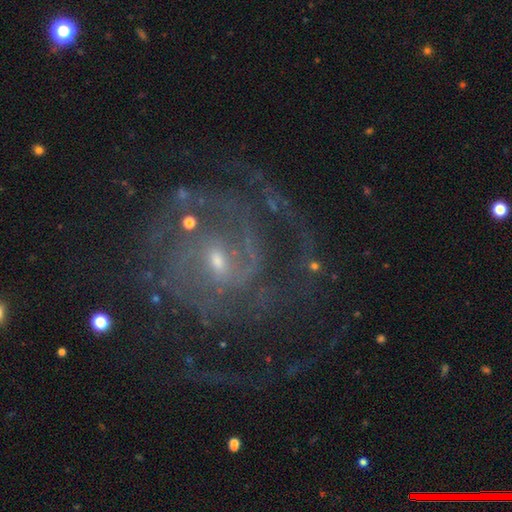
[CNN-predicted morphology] Smooth or featured? featured or disk (88%)
Edge-on disk? no (98%)
Bar? weak (50%)
Spiral arms? yes (95%)
Spiral winding? tight (50%)
Spiral arm count? 2 (38%)
Bulge size? small (69%)
Merging? none (63%)